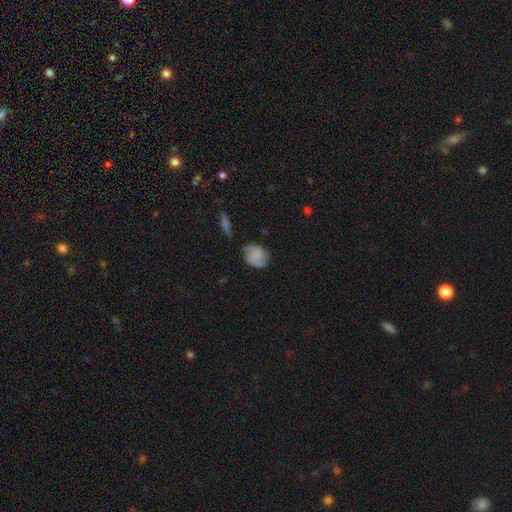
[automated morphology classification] smooth-or-featured: smooth: 58% | featured or disk: 33% | star or artifact: 9%
  how-rounded: in between: 52% | round: 46% | cigar-shaped: 2%
  merging: none: 61% | minor disturbance: 26% | major disturbance: 8% | merger: 5%